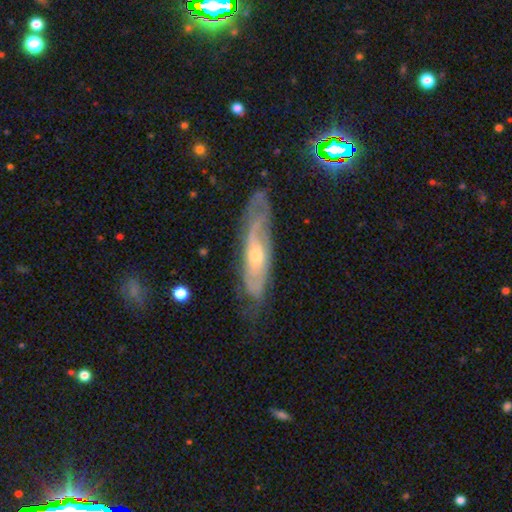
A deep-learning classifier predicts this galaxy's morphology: Smooth or featured? Predicted: featured or disk (p=0.75). Edge-on disk? Predicted: no (p=0.64). Merging? Predicted: none (p=0.66).